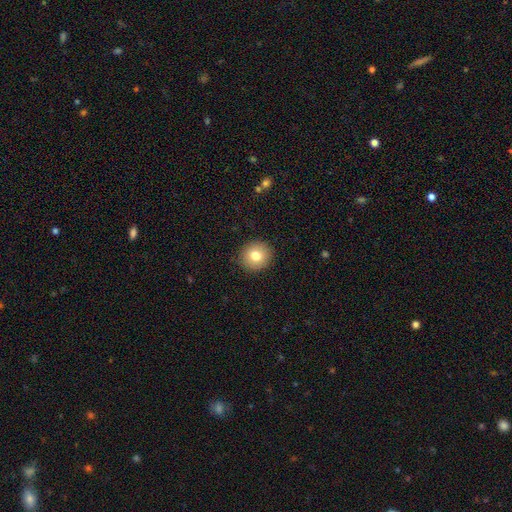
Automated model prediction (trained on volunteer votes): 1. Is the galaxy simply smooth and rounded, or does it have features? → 78% smooth, 12% featured or disk, 10% star or artifact.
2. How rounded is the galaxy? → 90% round, 9% in between, 1% cigar-shaped.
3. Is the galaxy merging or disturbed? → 91% none, 6% minor disturbance, 2% major disturbance, 1% merger.